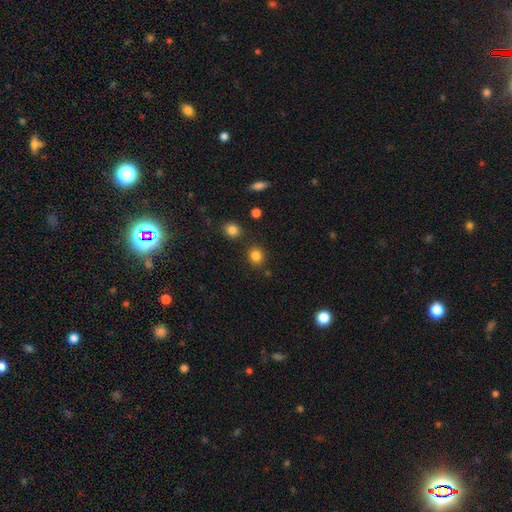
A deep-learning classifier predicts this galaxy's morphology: Smooth or featured?
  - smooth: 84% *
  - star or artifact: 12%
  - featured or disk: 5%
How rounded?
  - round: 81% *
  - in between: 18%
  - cigar-shaped: 1%
Merging?
  - none: 83% *
  - minor disturbance: 9%
  - merger: 5%
  - major disturbance: 3%